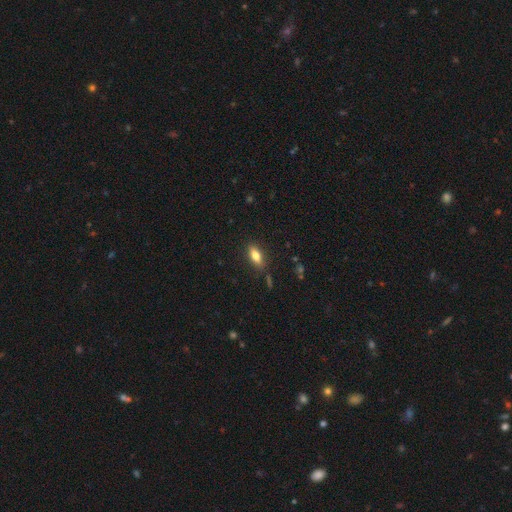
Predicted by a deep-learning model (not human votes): smooth 78%, featured or disk 14%, star or artifact 8%. Down the decision tree: how rounded — in between (79%); merging — none (83%).